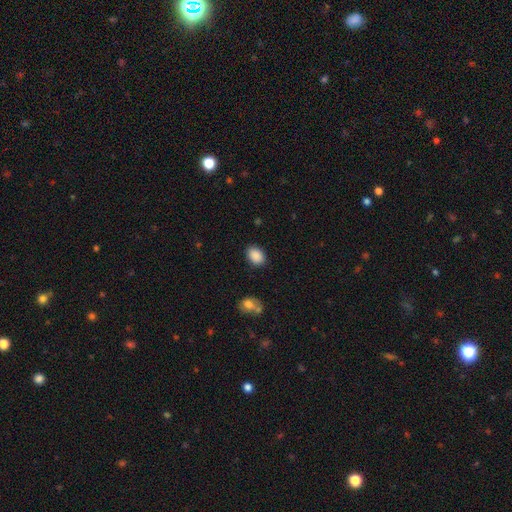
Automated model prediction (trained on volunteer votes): Q: Smooth or featured?
A: smooth (89%); runner-up: star or artifact (8%)
Q: How rounded?
A: in between (78%); runner-up: round (21%)
Q: Merging?
A: none (86%); runner-up: minor disturbance (10%)